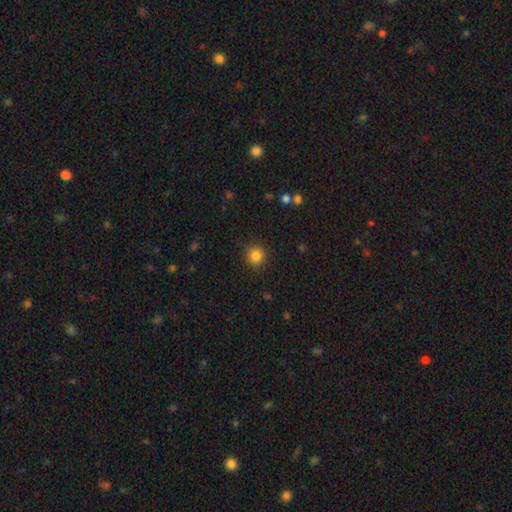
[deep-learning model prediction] Q: Smooth or featured?
A: smooth (85%); runner-up: star or artifact (11%)
Q: How rounded?
A: round (93%); runner-up: in between (6%)
Q: Merging?
A: none (90%); runner-up: minor disturbance (7%)